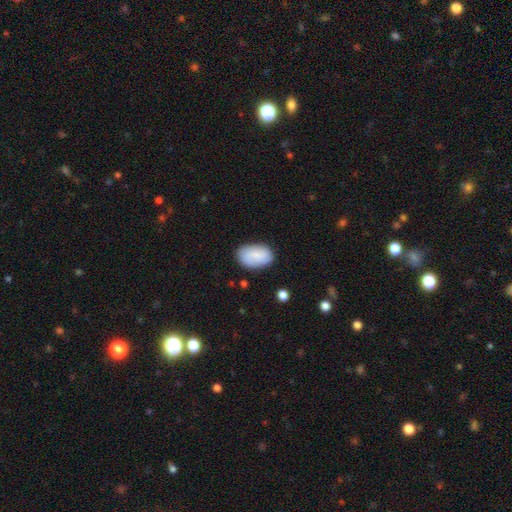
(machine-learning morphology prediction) smooth 74%, featured or disk 20%, star or artifact 6%. Down the decision tree: how rounded — in between (92%); merging — none (80%).